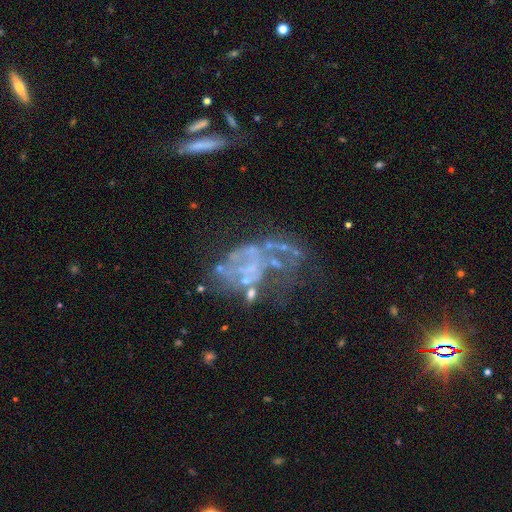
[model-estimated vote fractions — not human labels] featured or disk 71%, star or artifact 16%, smooth 13%. Down the decision tree: edge-on disk — no (98%); bar — no (86%); spiral arms — no (77%); bulge size — none (76%); merging — major disturbance (45%).